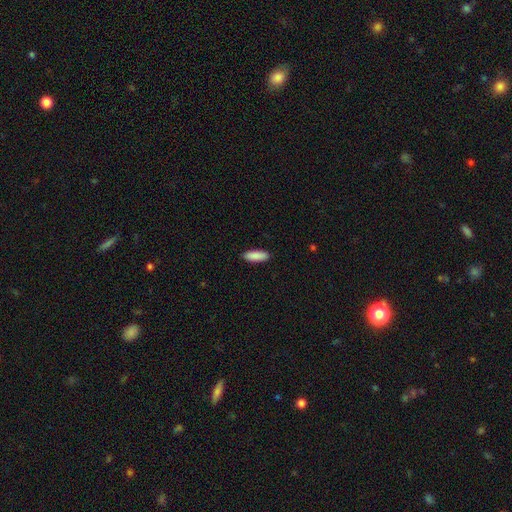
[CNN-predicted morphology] Smooth or featured: smooth — 90% (star or artifact — 6%)
How rounded: in between — 61% (cigar-shaped — 37%)
Merging: none — 90% (minor disturbance — 7%)